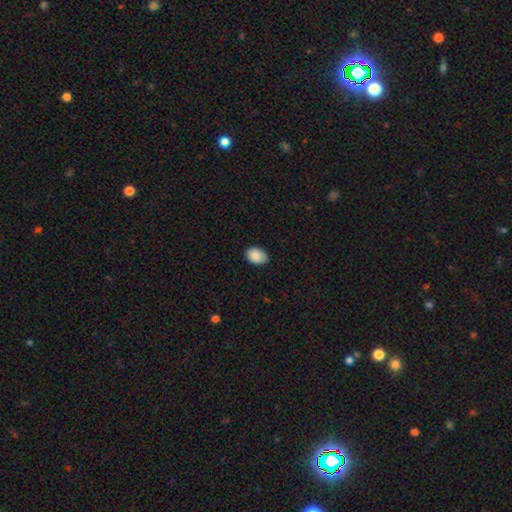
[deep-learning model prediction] Smooth or featured? smooth (88%)
How rounded? in between (76%)
Merging? none (83%)